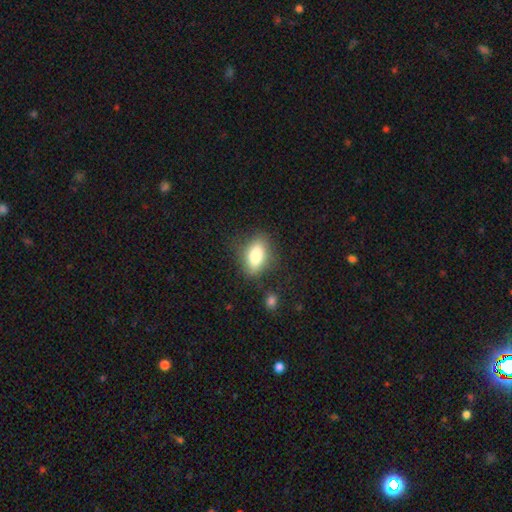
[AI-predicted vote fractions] This is likely a smooth galaxy (78%). How rounded: clearly in between (83%). Merging: likely none (79%).